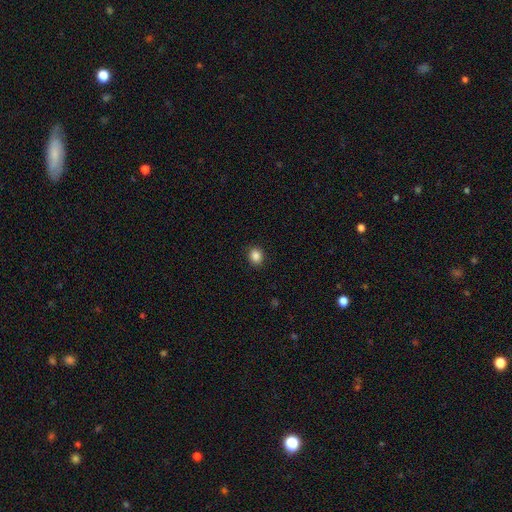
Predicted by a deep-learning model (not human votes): smooth 86%, star or artifact 10%, featured or disk 4%. Down the decision tree: how rounded — round (63%); merging — none (89%).